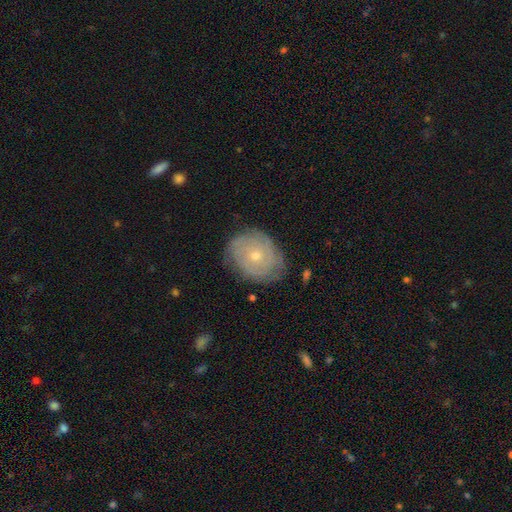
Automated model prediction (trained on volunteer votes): smooth_or_featured: featured or disk (p=0.72) [alt: smooth p=0.21]
disk_edge_on: no (p=0.97) [alt: yes p=0.03]
bar: no (p=0.86) [alt: weak p=0.12]
has_spiral_arms: yes (p=0.84) [alt: no p=0.16]
spiral_winding: tight (p=0.77) [alt: medium p=0.17]
spiral_arm_count: can't tell (p=0.48) [alt: 2 p=0.17]
bulge_size: small (p=0.67) [alt: moderate p=0.30]
merging: none (p=0.75) [alt: minor disturbance p=0.19]